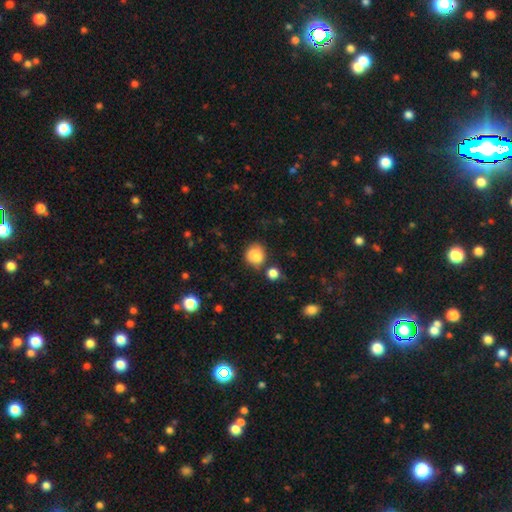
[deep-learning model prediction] smooth-or-featured: smooth: 80% | featured or disk: 10% | star or artifact: 10%
  how-rounded: round: 81% | in between: 18% | cigar-shaped: 1%
  merging: none: 64% | minor disturbance: 20% | merger: 10% | major disturbance: 6%